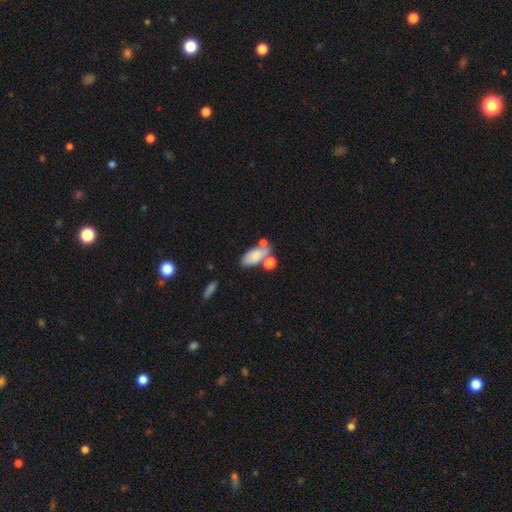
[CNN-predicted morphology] type=smooth (77%); roundness=in between (89%); merging=none (42%).